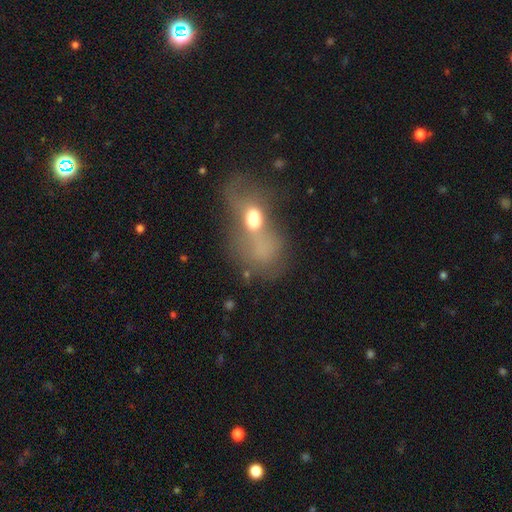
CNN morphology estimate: Smooth or featured? Predicted: smooth (p=0.47). Merging? Predicted: merger (p=0.31).